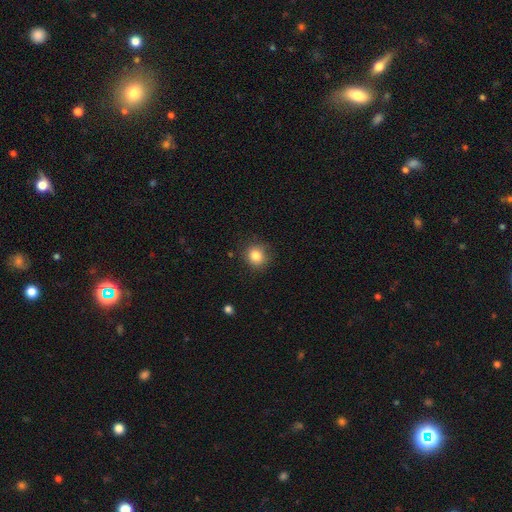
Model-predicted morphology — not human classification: Q: Smooth or featured?
A: smooth (84%); runner-up: star or artifact (11%)
Q: How rounded?
A: round (85%); runner-up: in between (14%)
Q: Merging?
A: none (85%); runner-up: minor disturbance (11%)